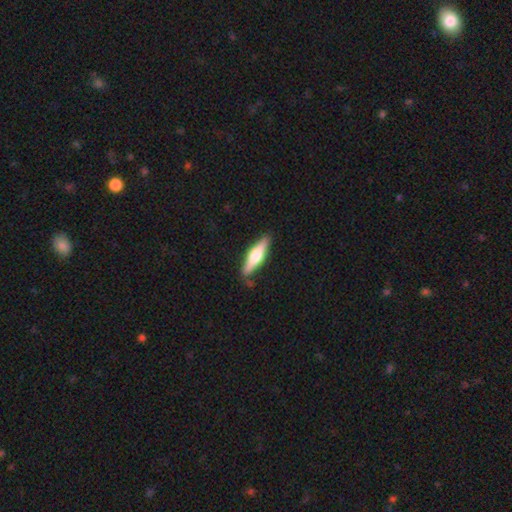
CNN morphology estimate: smooth_or_featured: featured or disk (p=0.50) [alt: smooth p=0.45]
merging: none (p=0.85) [alt: minor disturbance p=0.11]